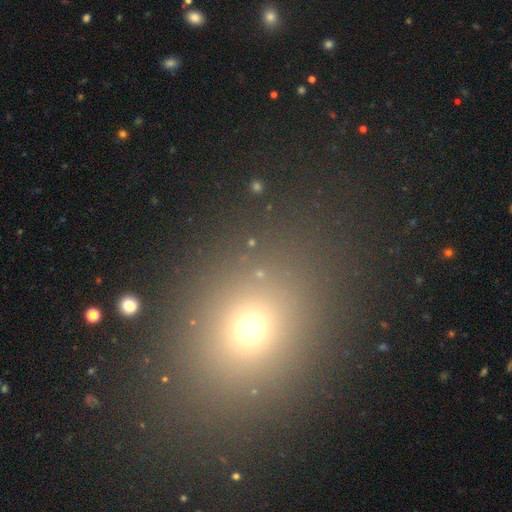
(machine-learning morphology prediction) smooth 62%, star or artifact 30%, featured or disk 8%. Down the decision tree: how rounded — round (54%); merging — none (86%).